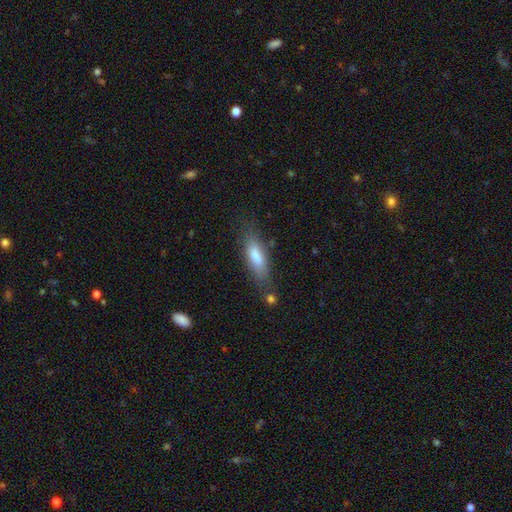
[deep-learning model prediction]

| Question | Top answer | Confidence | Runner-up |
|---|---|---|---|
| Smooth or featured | smooth | 67% | featured or disk (24%) |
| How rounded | cigar-shaped | 58% | in between (40%) |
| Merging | none | 78% | minor disturbance (15%) |